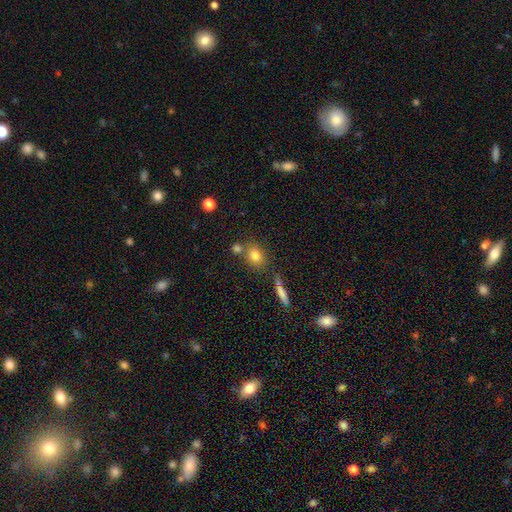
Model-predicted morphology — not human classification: smooth_or_featured: smooth (p=0.76) [alt: star or artifact p=0.14]
how_rounded: round (p=0.58) [alt: in between p=0.39]
merging: none (p=0.67) [alt: merger p=0.18]